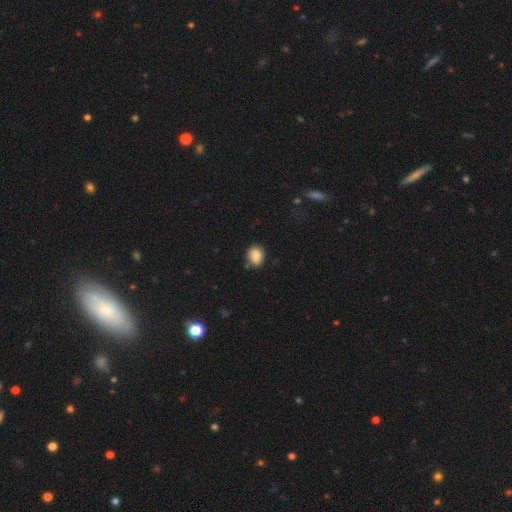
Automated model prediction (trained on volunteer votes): A smooth galaxy with no disk features (88%) that is round (51%).

Vote fractions:
- Smooth or featured? smooth: 88% / star or artifact: 8% / featured or disk: 4%
- How rounded? round: 51% / in between: 48% / cigar-shaped: 1%
- Merging? none: 80% / minor disturbance: 14% / major disturbance: 3% / merger: 3%